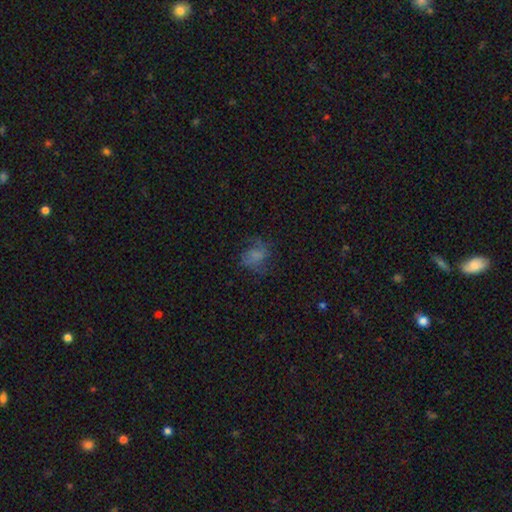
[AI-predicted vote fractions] smooth_or_featured: smooth (p=0.50) [alt: featured or disk p=0.32]
how_rounded: in between (p=0.55) [alt: round p=0.44]
merging: none (p=0.51) [alt: major disturbance p=0.25]